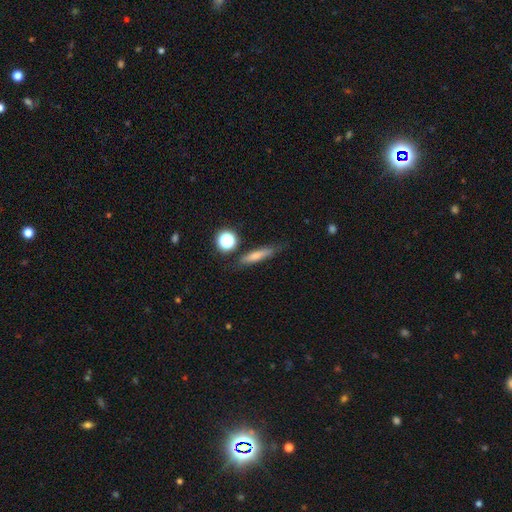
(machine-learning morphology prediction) Smooth or featured? Predicted: smooth (p=0.52). How rounded? Predicted: cigar-shaped (p=0.80). Merging? Predicted: none (p=0.79).